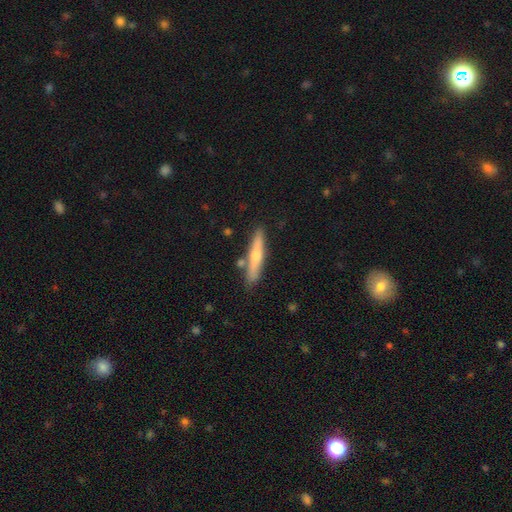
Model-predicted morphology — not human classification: smooth-or-featured: featured or disk: 58% | smooth: 35% | star or artifact: 7%
  disk-edge-on: yes: 93% | no: 7%
    edge-on-bulge: rounded: 83% | none: 13% | boxy: 4%
  merging: none: 83% | minor disturbance: 11% | merger: 3% | major disturbance: 2%